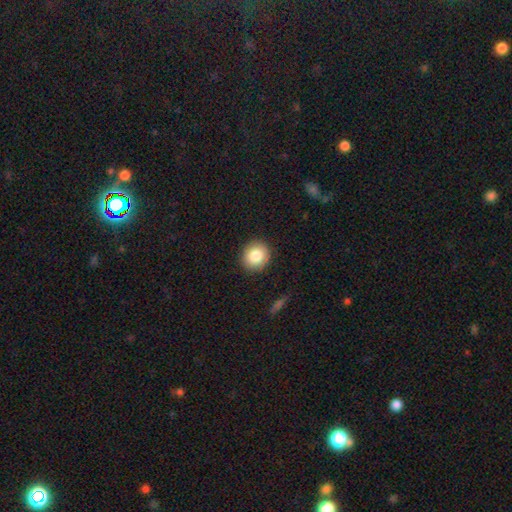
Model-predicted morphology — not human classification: type=smooth (83%); roundness=round (82%); merging=none (90%).